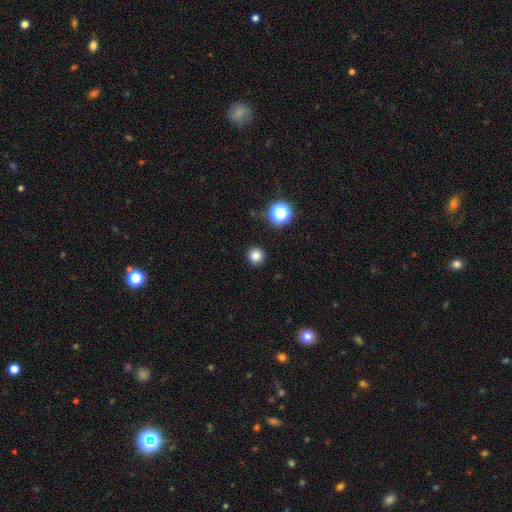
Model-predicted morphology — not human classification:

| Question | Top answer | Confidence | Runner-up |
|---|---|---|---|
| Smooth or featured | smooth | 81% | star or artifact (14%) |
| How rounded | round | 95% | in between (4%) |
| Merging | none | 92% | minor disturbance (5%) |